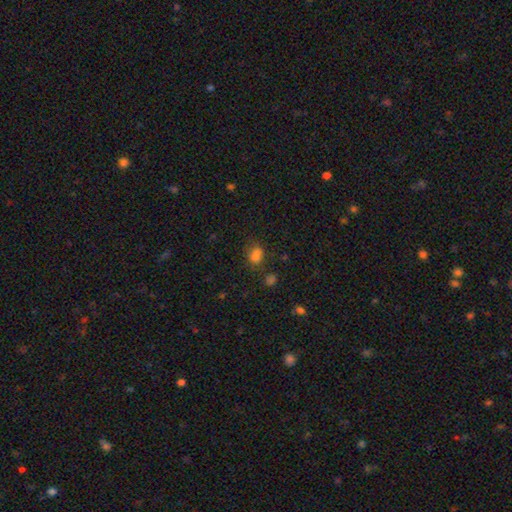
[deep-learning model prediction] Morphology: type=smooth (71%); roundness=in between (49%, tied with round); merging=none (50%).